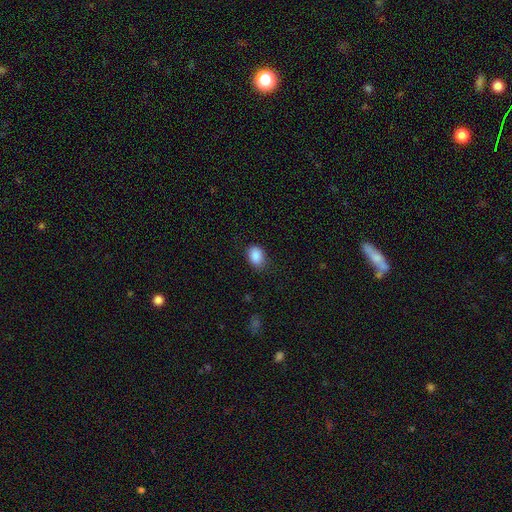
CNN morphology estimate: Smooth or featured: smooth — 89% (star or artifact — 8%)
How rounded: in between — 73% (round — 26%)
Merging: none — 79% (minor disturbance — 16%)